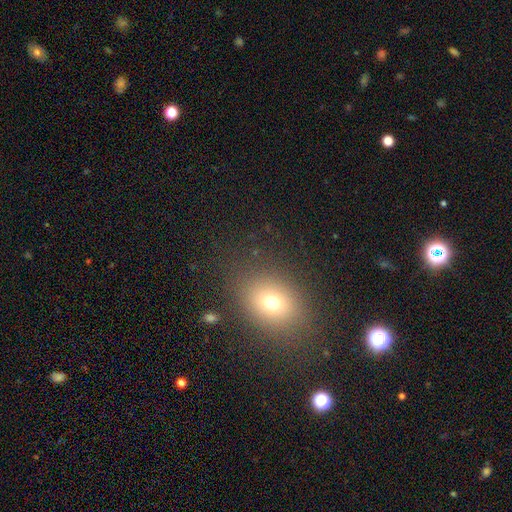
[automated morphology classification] Smooth or featured: smooth — 65% (star or artifact — 23%)
How rounded: in between — 60% (round — 39%)
Merging: none — 85% (minor disturbance — 9%)